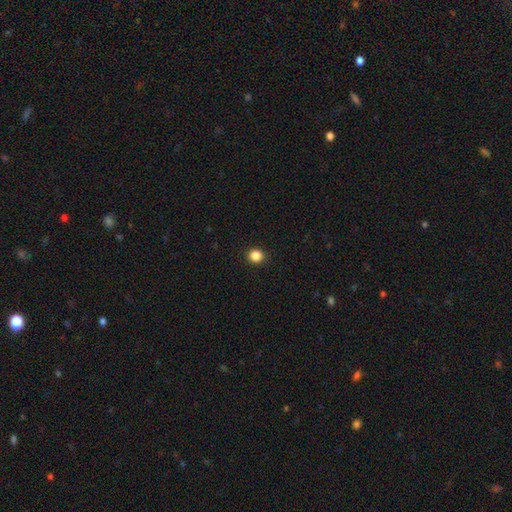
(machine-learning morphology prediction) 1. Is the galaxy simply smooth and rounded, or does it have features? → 85% smooth, 12% star or artifact, 3% featured or disk.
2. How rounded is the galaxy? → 88% round, 11% in between, 1% cigar-shaped.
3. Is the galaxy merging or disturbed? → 92% none, 5% minor disturbance, 2% major disturbance, 1% merger.